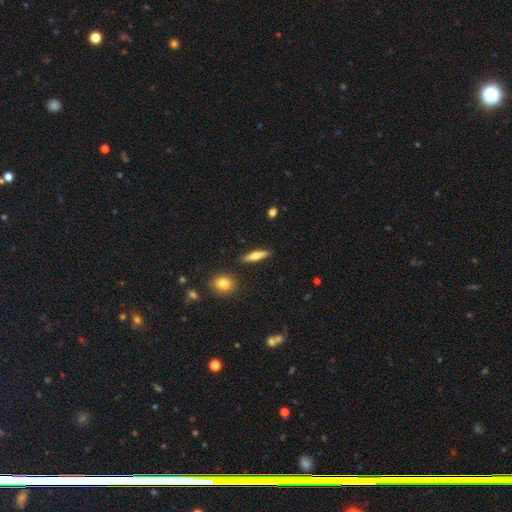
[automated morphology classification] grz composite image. It shows a smooth galaxy with no disk features (57%) that is cigar-shaped (71%). Merging: none (89%).